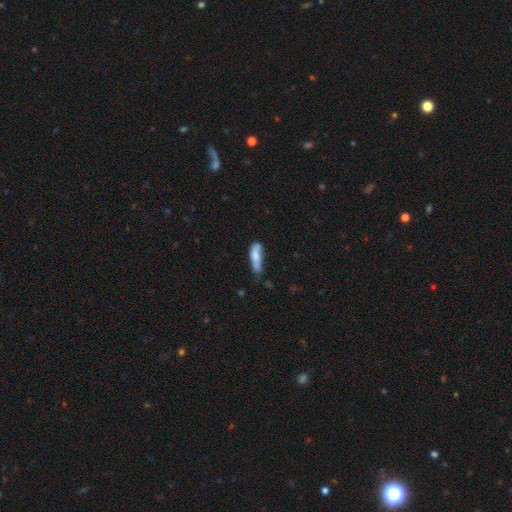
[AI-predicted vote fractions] This is likely a smooth galaxy (70%). How rounded: possibly cigar-shaped (54%). Merging: marginally none (36%).